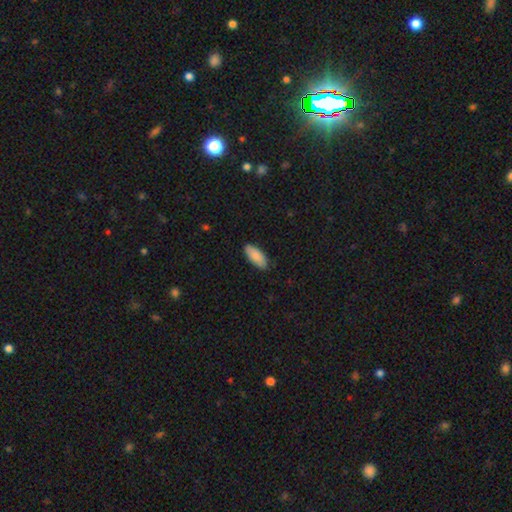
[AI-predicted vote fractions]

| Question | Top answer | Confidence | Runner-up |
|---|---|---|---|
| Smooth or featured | smooth | 87% | featured or disk (8%) |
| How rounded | in between | 84% | cigar-shaped (15%) |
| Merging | none | 86% | minor disturbance (12%) |